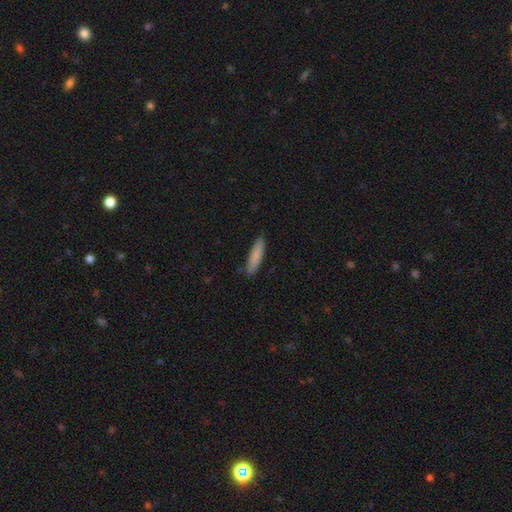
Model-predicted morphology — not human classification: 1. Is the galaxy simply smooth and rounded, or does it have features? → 85% smooth, 9% featured or disk, 6% star or artifact.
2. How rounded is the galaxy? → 77% cigar-shaped, 21% in between, 1% round.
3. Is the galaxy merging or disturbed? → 85% none, 12% minor disturbance, 2% major disturbance, 2% merger.